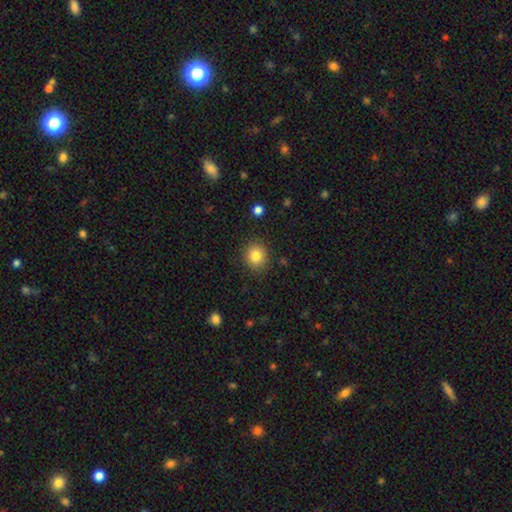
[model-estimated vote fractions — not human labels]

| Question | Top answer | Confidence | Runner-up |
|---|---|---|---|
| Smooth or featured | smooth | 83% | star or artifact (11%) |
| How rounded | round | 85% | in between (14%) |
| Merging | none | 88% | minor disturbance (8%) |